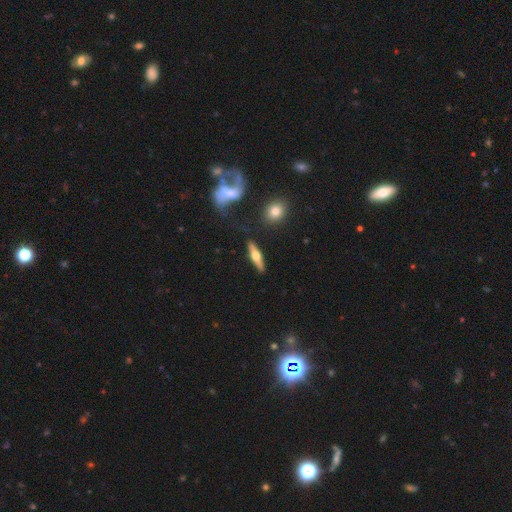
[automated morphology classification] Smooth or featured? Predicted: featured or disk (p=0.60). Edge-on disk? Predicted: yes (p=0.93). Edge-on bulge? Predicted: rounded (p=0.94). Merging? Predicted: none (p=0.86).